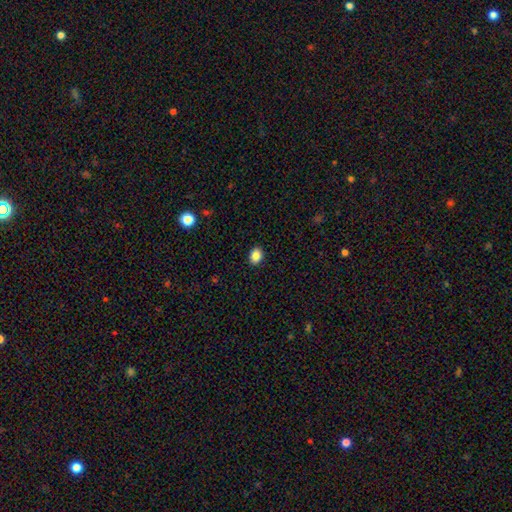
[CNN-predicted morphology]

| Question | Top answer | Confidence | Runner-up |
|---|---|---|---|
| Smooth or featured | smooth | 86% | star or artifact (9%) |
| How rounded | in between | 63% | round (37%) |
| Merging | none | 90% | minor disturbance (7%) |